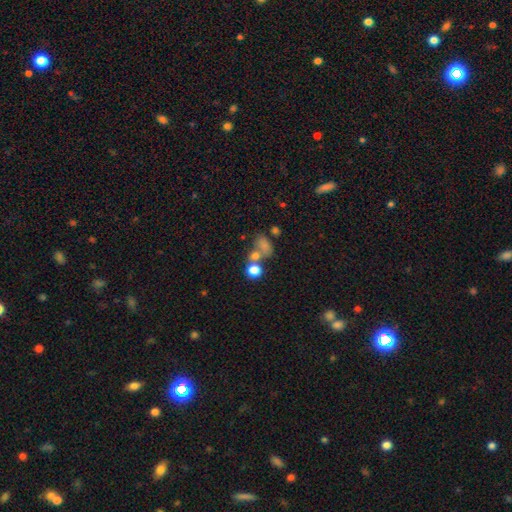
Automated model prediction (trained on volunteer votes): Q: Smooth or featured?
A: smooth (68%); runner-up: star or artifact (18%)
Q: How rounded?
A: round (52%); runner-up: in between (46%)
Q: Merging?
A: merger (43%); runner-up: none (36%)